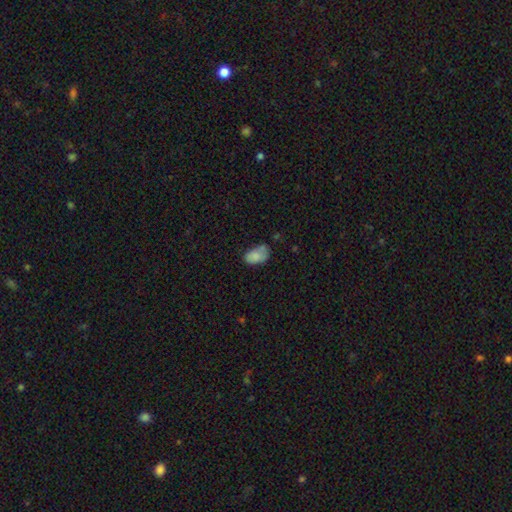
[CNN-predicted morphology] Overall: smooth (79%). How rounded: in between (91%). Merging: none (47%; minor disturbance 34%).